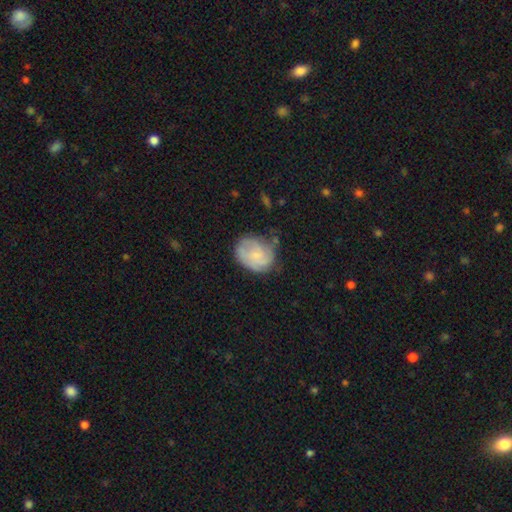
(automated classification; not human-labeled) This is possibly a smooth galaxy (47%). Merging: possibly none (53%).